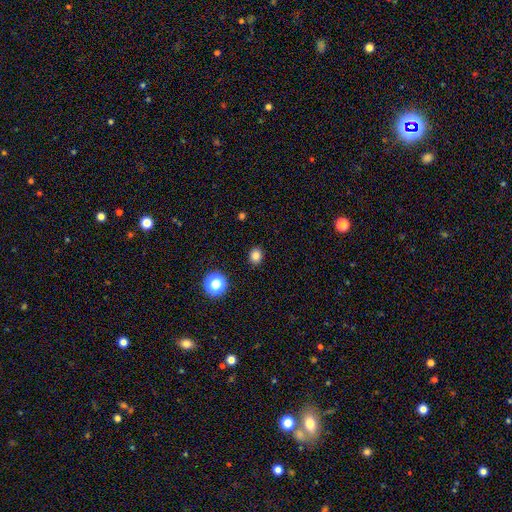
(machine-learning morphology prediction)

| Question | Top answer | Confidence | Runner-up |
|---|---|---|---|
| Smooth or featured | smooth | 82% | star or artifact (14%) |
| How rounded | round | 64% | in between (35%) |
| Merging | none | 90% | minor disturbance (7%) |